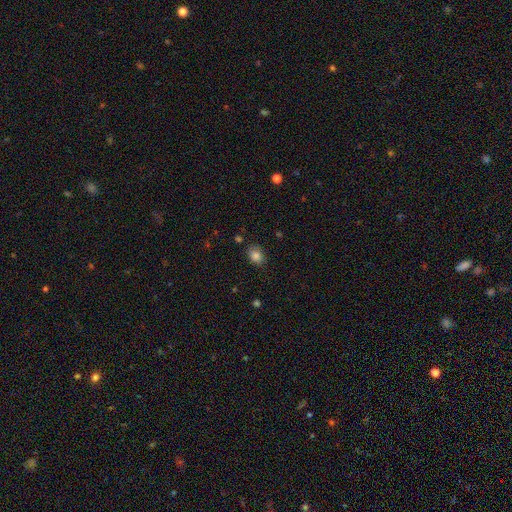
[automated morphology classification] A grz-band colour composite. It shows a smooth galaxy with no disk features (84%) that is in between round and cigar-shaped (64%). Merging: none (80%).